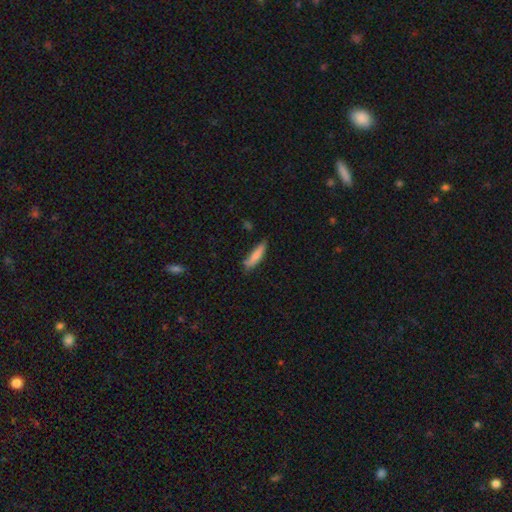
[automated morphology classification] smooth_or_featured: smooth (p=0.83) [alt: featured or disk p=0.11]
how_rounded: cigar-shaped (p=0.77) [alt: in between p=0.22]
merging: none (p=0.70) [alt: minor disturbance p=0.23]